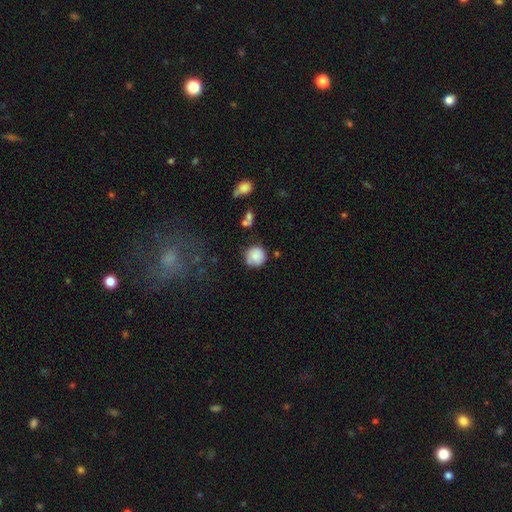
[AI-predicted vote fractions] smooth-or-featured: smooth: 80% | featured or disk: 12% | star or artifact: 8%
  how-rounded: round: 92% | in between: 7% | cigar-shaped: 1%
  merging: none: 73% | minor disturbance: 18% | merger: 5% | major disturbance: 4%